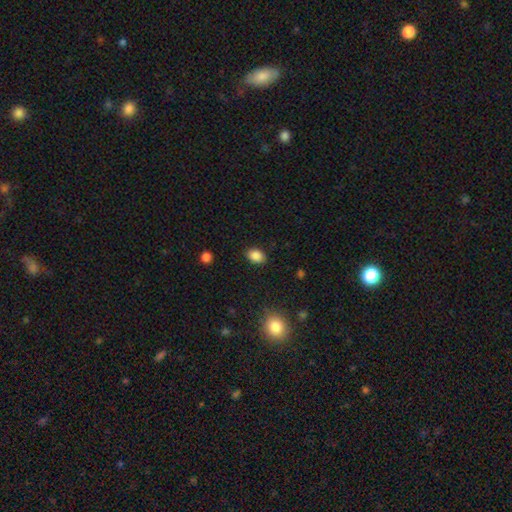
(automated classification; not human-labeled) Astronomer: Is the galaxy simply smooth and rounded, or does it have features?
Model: smooth — 87%.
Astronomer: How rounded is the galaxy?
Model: in between — 74%.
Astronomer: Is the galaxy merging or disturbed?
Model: none — 88%.